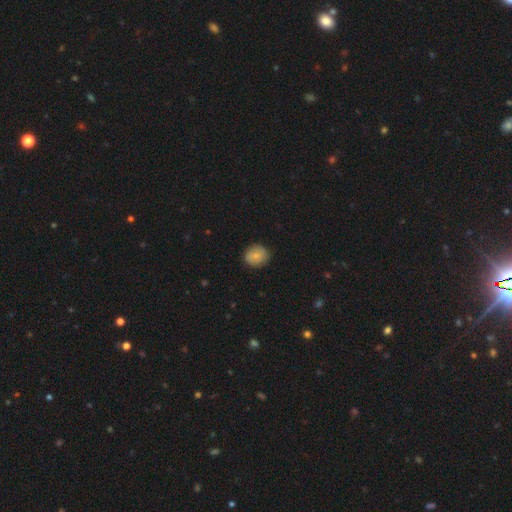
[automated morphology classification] Smooth or featured? smooth (80%)
How rounded? round (68%)
Merging? none (84%)